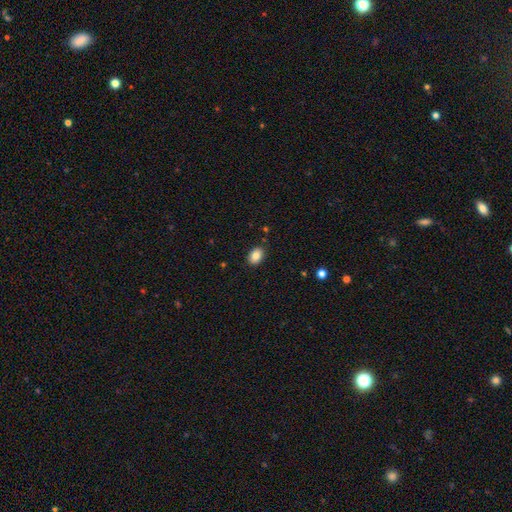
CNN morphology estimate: Smooth or featured?
  - smooth: 86% *
  - star or artifact: 8%
  - featured or disk: 6%
How rounded?
  - in between: 81% *
  - round: 18%
  - cigar-shaped: 1%
Merging?
  - none: 87% *
  - minor disturbance: 9%
  - major disturbance: 2%
  - merger: 2%